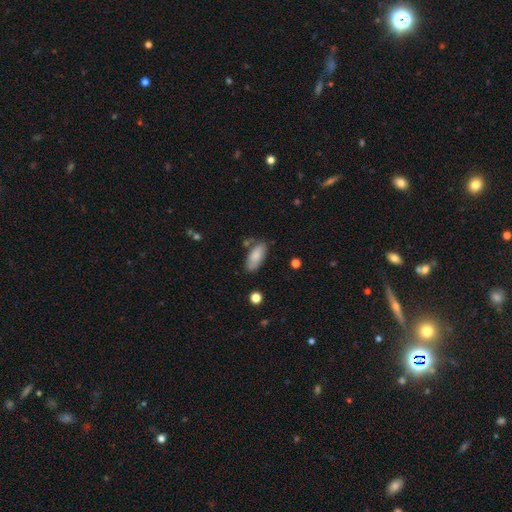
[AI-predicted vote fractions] The model was most divided on "merging": none: 69%, minor disturbance: 20%, merger: 6%, major disturbance: 5%. More confident: smooth or featured — smooth (83%); how rounded — in between (82%).